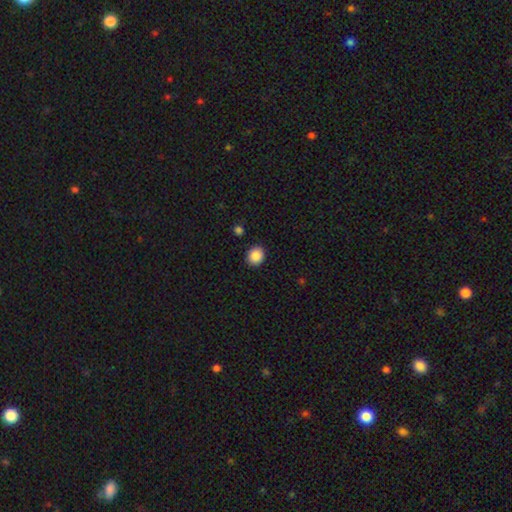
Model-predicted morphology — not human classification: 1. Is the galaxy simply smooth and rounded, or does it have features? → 87% smooth, 9% star or artifact, 4% featured or disk.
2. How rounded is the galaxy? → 76% round, 23% in between, 1% cigar-shaped.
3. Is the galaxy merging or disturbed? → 89% none, 7% minor disturbance, 2% major disturbance, 2% merger.